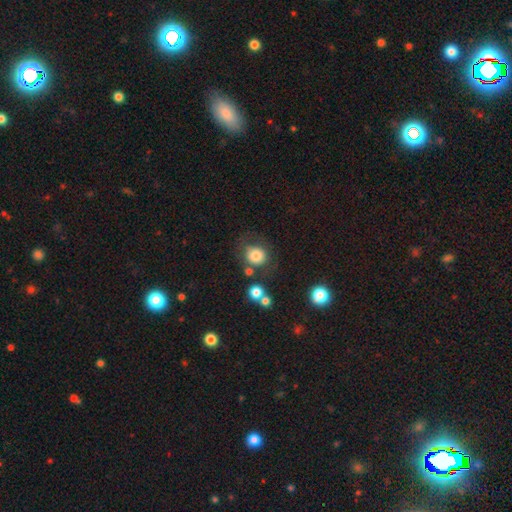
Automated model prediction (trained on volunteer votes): A smooth galaxy with no disk features (80%) that is round (80%).

Vote fractions:
- Smooth or featured? smooth: 80% / star or artifact: 10% / featured or disk: 10%
- How rounded? round: 80% / in between: 19% / cigar-shaped: 1%
- Merging? none: 64% / minor disturbance: 17% / merger: 10% / major disturbance: 9%